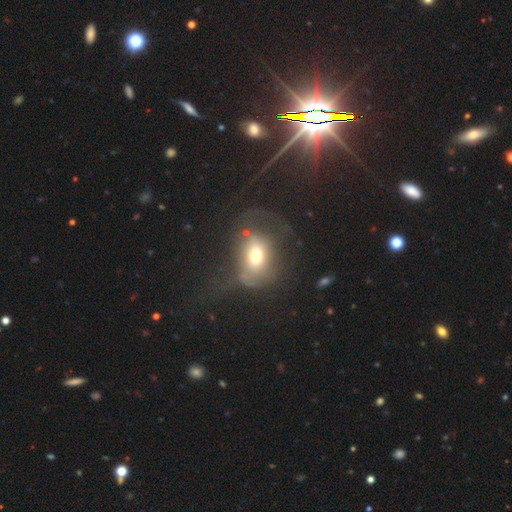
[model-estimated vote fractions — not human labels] This appears to be a smooth galaxy with no disk features (58%) that is in between round and cigar-shaped (61%). Merging: major disturbance (43%).